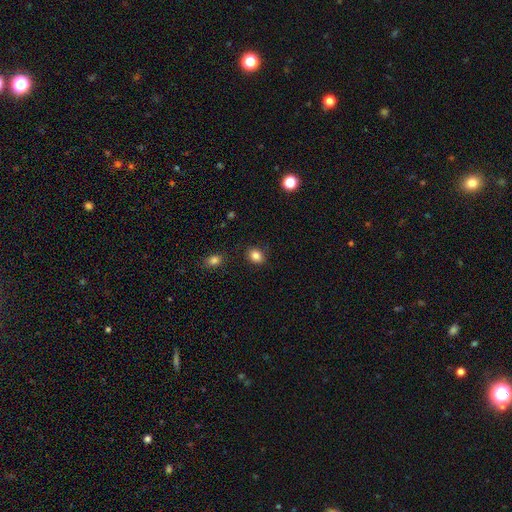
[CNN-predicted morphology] This is clearly a smooth galaxy (85%). How rounded: possibly in between (52%). Merging: clearly none (85%).